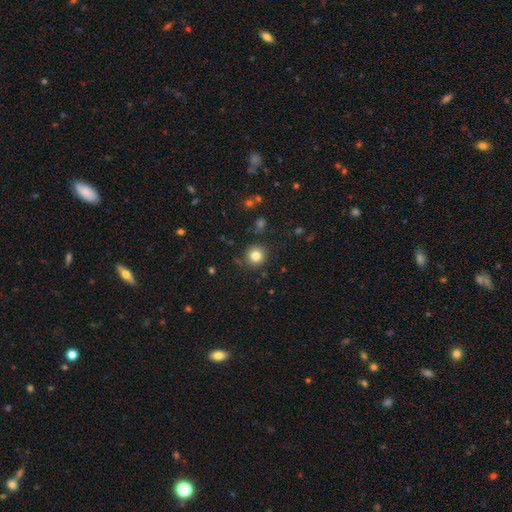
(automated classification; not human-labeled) A smooth galaxy with no disk features (82%) that is round (94%).

Vote fractions:
- Smooth or featured? smooth: 82% / star or artifact: 12% / featured or disk: 6%
- How rounded? round: 94% / in between: 5% / cigar-shaped: 1%
- Merging? none: 88% / minor disturbance: 7% / major disturbance: 2% / merger: 2%